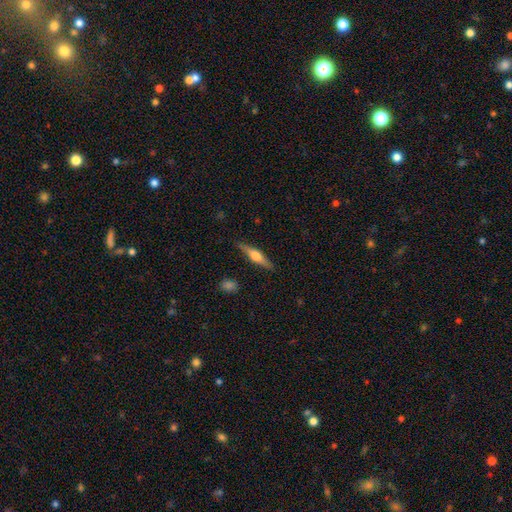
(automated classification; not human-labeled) featured or disk 64%, smooth 30%, star or artifact 6%. Down the decision tree: edge-on disk — yes (97%); edge-on bulge — rounded (90%); merging — none (88%).